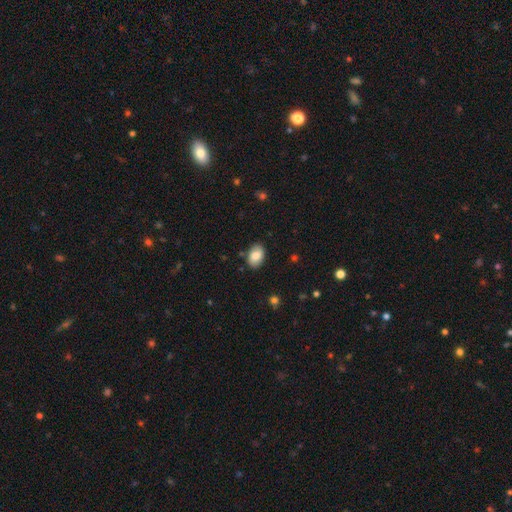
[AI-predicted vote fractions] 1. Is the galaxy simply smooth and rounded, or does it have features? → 82% smooth, 11% featured or disk, 7% star or artifact.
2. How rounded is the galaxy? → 87% in between, 12% round, 1% cigar-shaped.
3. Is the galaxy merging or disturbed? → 85% none, 11% minor disturbance, 2% major disturbance, 1% merger.